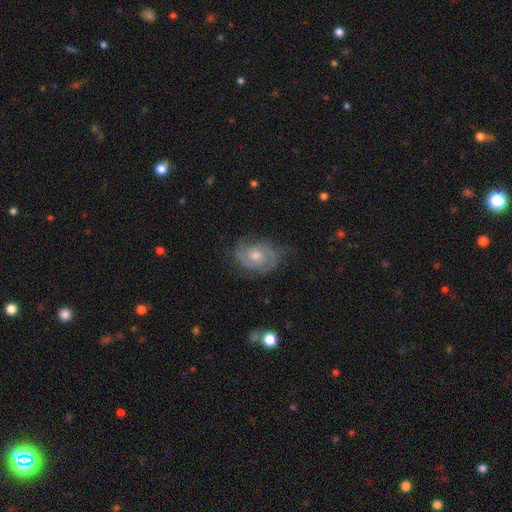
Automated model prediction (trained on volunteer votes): smooth_or_featured: featured or disk (p=0.84) [alt: smooth p=0.10]
disk_edge_on: no (p=0.97) [alt: yes p=0.03]
bar: no (p=0.69) [alt: weak p=0.27]
has_spiral_arms: yes (p=0.96) [alt: no p=0.04]
spiral_winding: tight (p=0.55) [alt: medium p=0.37]
spiral_arm_count: 2 (p=0.73) [alt: can't tell p=0.10]
bulge_size: moderate (p=0.61) [alt: small p=0.32]
merging: none (p=0.75) [alt: minor disturbance p=0.18]